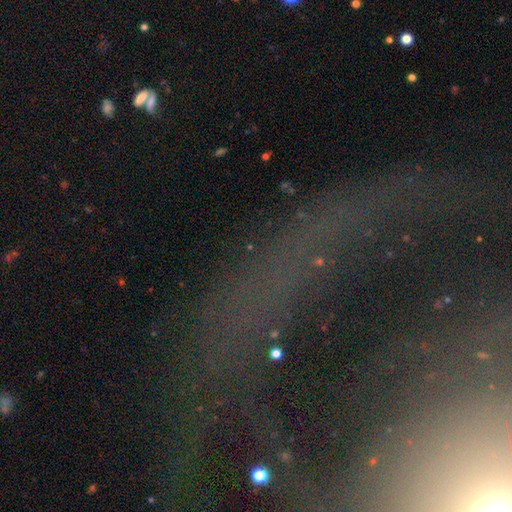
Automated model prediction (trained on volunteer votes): Overall: star or artifact (46%; featured or disk 38%).